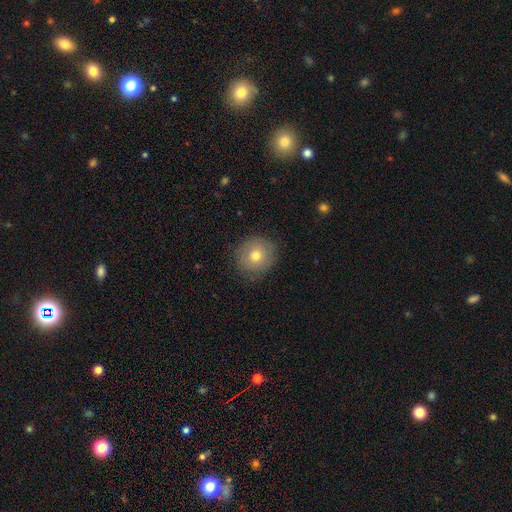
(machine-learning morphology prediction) smooth 69%, featured or disk 20%, star or artifact 10%. Down the decision tree: how rounded — round (90%); merging — none (84%).